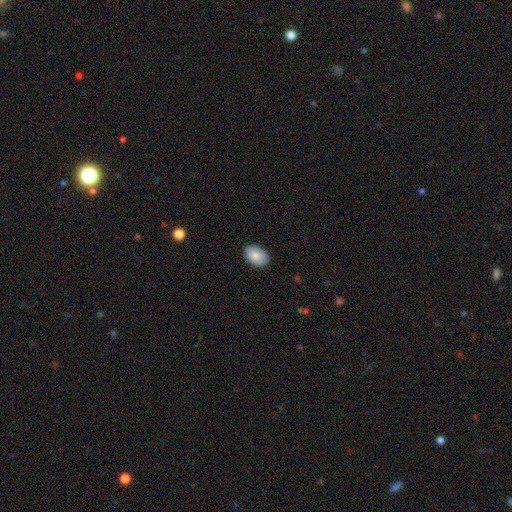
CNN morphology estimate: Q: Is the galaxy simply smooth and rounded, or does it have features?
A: smooth — 87%.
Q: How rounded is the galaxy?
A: in between — 87%.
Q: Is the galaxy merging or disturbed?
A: none — 87%.